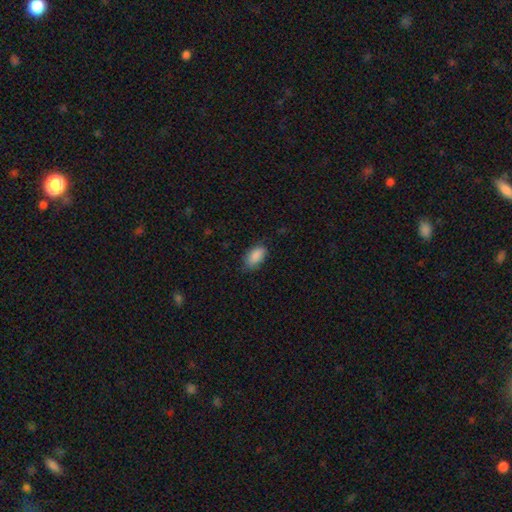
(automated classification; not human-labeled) Morphology: type=smooth (89%); roundness=in between (93%); merging=none (77%).